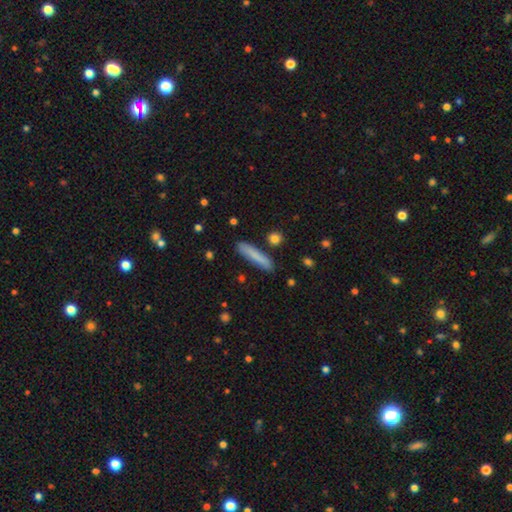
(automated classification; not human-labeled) This is likely a smooth galaxy (80%). How rounded: clearly cigar-shaped (90%). Merging: clearly none (85%).